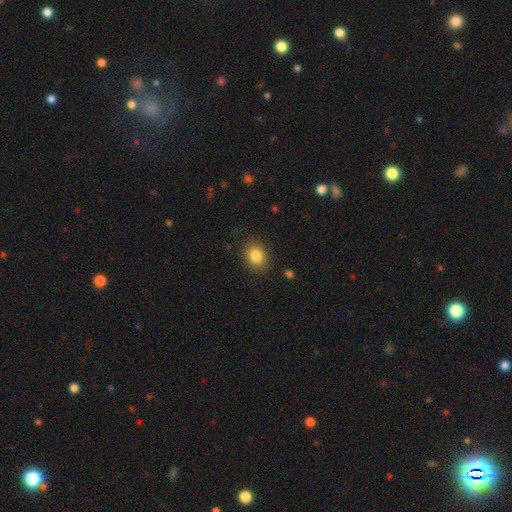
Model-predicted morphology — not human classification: This is clearly a smooth galaxy (85%). How rounded: possibly round (51%). Merging: clearly none (86%).